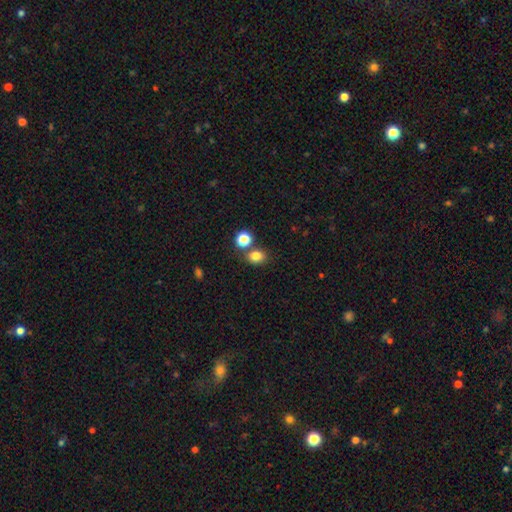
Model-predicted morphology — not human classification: smooth 80%, star or artifact 14%, featured or disk 6%. Down the decision tree: how rounded — round (50%); merging — none (67%).